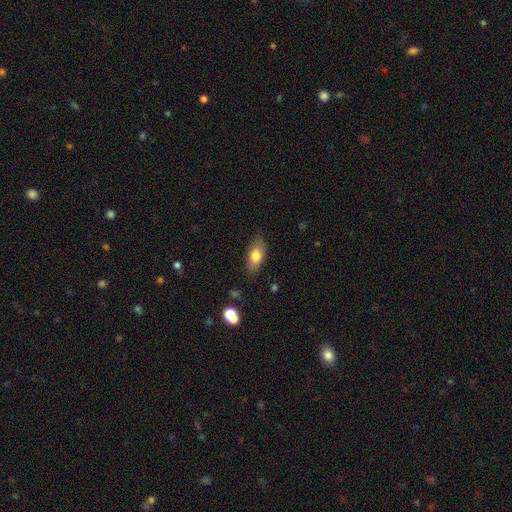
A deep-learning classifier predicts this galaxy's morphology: smooth_or_featured: smooth (p=0.77) [alt: featured or disk p=0.16]
how_rounded: in between (p=0.86) [alt: cigar-shaped p=0.09]
merging: none (p=0.81) [alt: minor disturbance p=0.14]